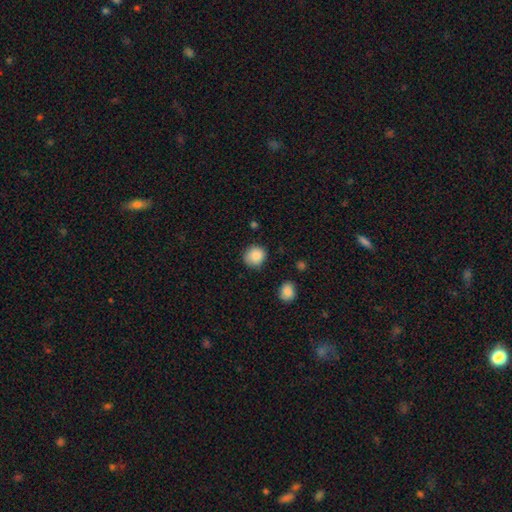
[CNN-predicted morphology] A smooth galaxy with no disk features (87%) that is round (85%).

Vote fractions:
- Smooth or featured? smooth: 87% / star or artifact: 8% / featured or disk: 5%
- How rounded? round: 85% / in between: 14% / cigar-shaped: 1%
- Merging? none: 82% / minor disturbance: 13% / major disturbance: 3% / merger: 2%